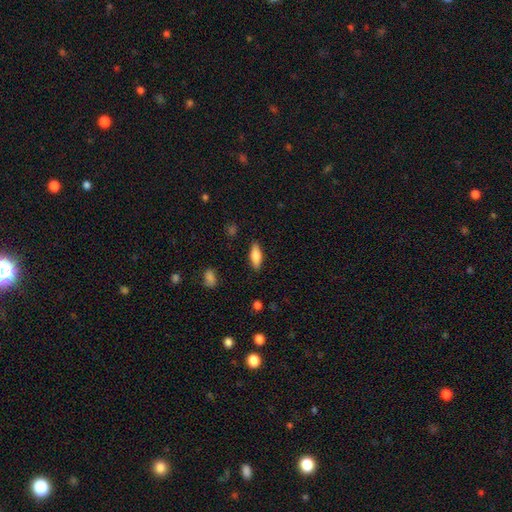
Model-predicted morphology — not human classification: smooth_or_featured: smooth (p=0.75) [alt: featured or disk p=0.19]
how_rounded: in between (p=0.66) [alt: cigar-shaped p=0.31]
merging: none (p=0.87) [alt: minor disturbance p=0.09]